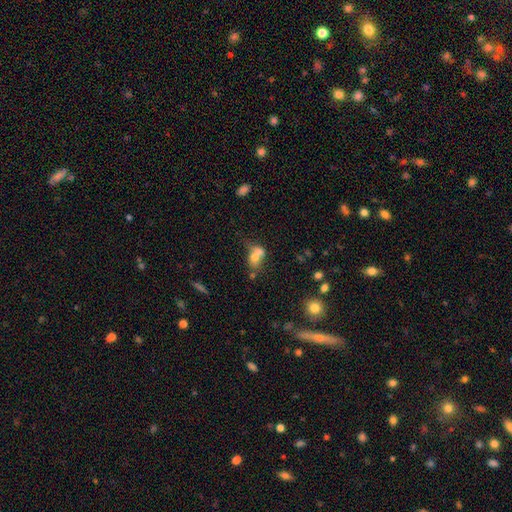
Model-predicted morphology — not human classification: Q: Smooth or featured?
A: smooth (68%); runner-up: featured or disk (21%)
Q: How rounded?
A: in between (51%); runner-up: round (47%)
Q: Merging?
A: merger (66%); runner-up: none (21%)